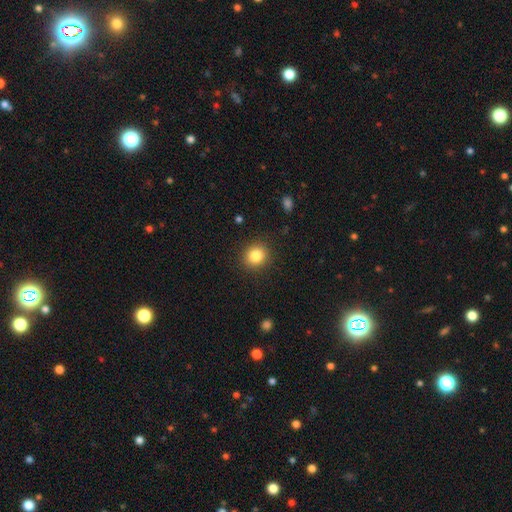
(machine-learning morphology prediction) A smooth galaxy with no disk features (84%) that is round (86%). Merging: none (90%).